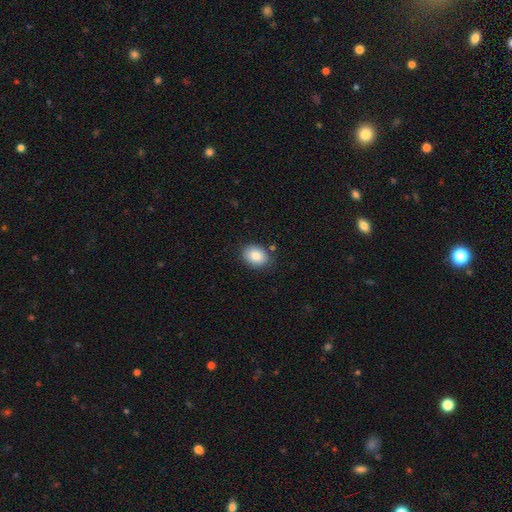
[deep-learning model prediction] This is clearly a smooth galaxy (86%). How rounded: likely in between (62%). Merging: clearly none (82%).